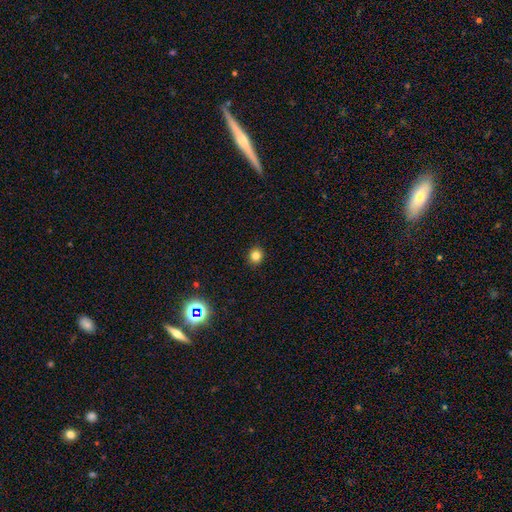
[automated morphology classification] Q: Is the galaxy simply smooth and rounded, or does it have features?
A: smooth — 81%.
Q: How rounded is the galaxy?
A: round — 86%.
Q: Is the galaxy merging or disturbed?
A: none — 91%.